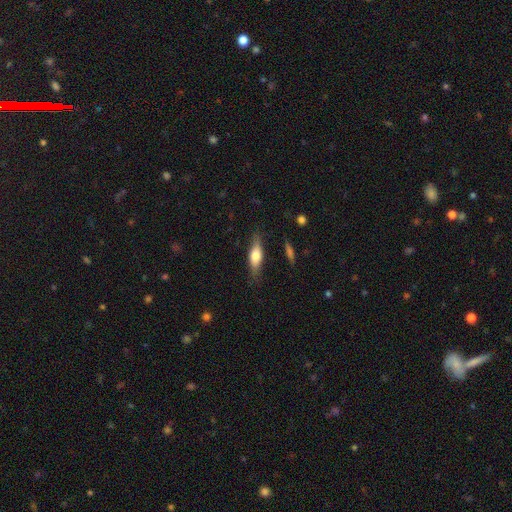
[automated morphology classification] Smooth or featured?
  - smooth: 60% *
  - featured or disk: 34%
  - star or artifact: 6%
How rounded?
  - in between: 51% *
  - cigar-shaped: 46%
  - round: 3%
Merging?
  - none: 78% *
  - minor disturbance: 16%
  - major disturbance: 4%
  - merger: 2%